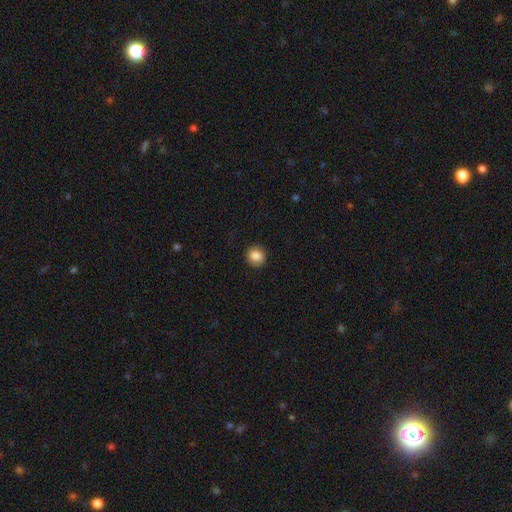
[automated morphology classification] The model was most divided on "smooth or featured": smooth: 86%, star or artifact: 9%, featured or disk: 5%. More confident: how rounded — round (88%); merging — none (88%).